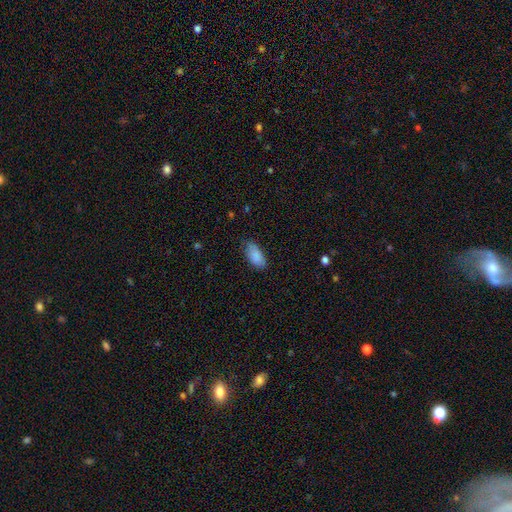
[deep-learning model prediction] smooth 88%, star or artifact 6%, featured or disk 6%. Down the decision tree: how rounded — in between (90%); merging — none (76%).